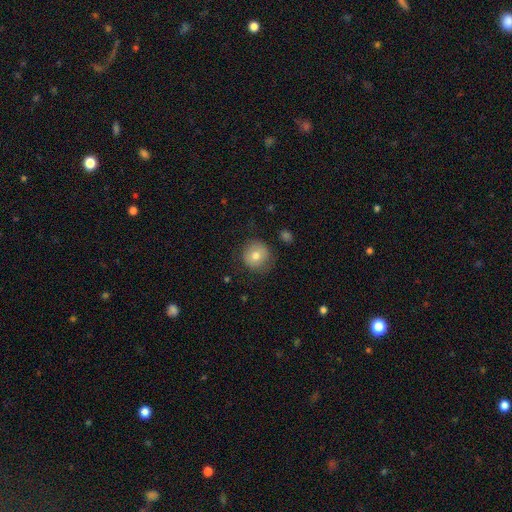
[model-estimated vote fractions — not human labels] smooth_or_featured: smooth (p=0.73) [alt: featured or disk p=0.18]
how_rounded: round (p=0.92) [alt: in between p=0.07]
merging: none (p=0.78) [alt: minor disturbance p=0.15]